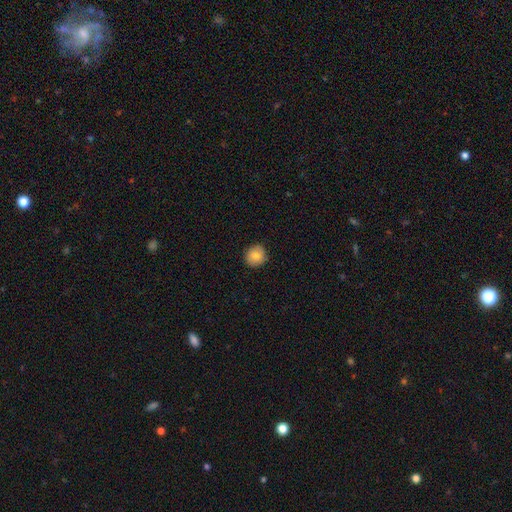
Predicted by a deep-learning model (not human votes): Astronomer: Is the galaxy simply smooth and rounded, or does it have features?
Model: smooth — 79%.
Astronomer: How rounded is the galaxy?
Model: round — 88%.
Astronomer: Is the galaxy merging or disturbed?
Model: none — 88%.